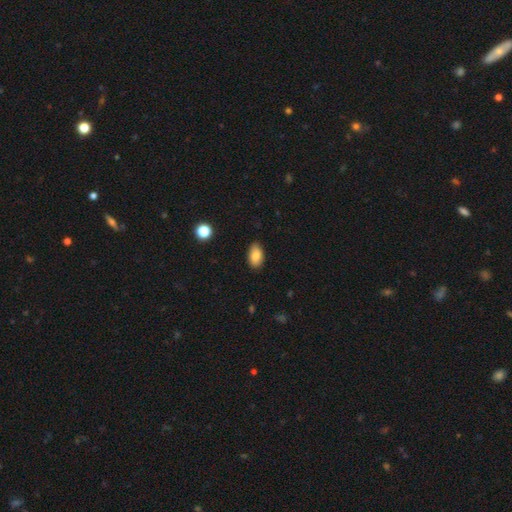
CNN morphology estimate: smooth-or-featured: smooth: 85% | star or artifact: 8% | featured or disk: 7%
  how-rounded: in between: 92% | round: 6% | cigar-shaped: 2%
  merging: none: 85% | minor disturbance: 12% | major disturbance: 2% | merger: 1%